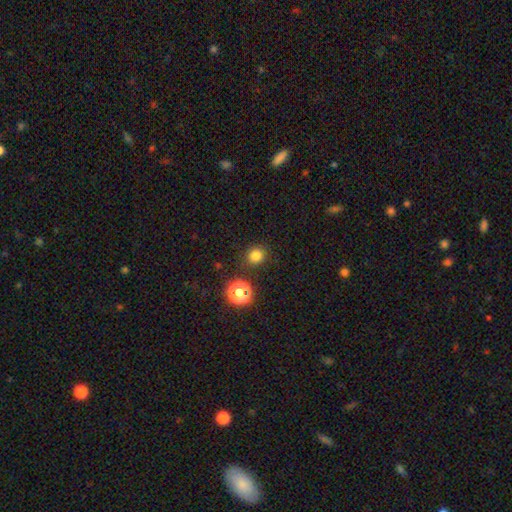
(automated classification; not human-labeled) smooth-or-featured: smooth: 79% | star or artifact: 16% | featured or disk: 5%
  how-rounded: round: 87% | in between: 12% | cigar-shaped: 1%
  merging: none: 88% | minor disturbance: 7% | merger: 3% | major disturbance: 3%